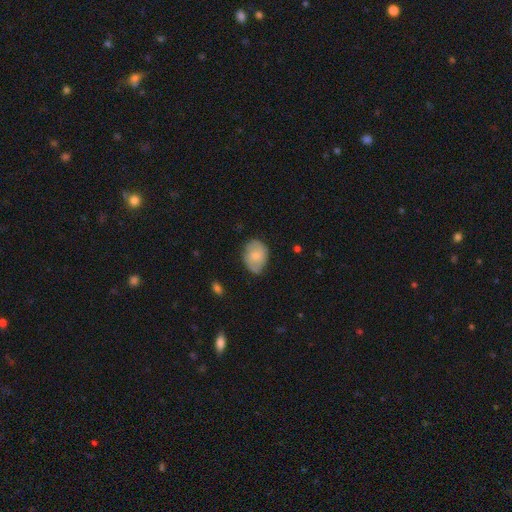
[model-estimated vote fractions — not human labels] A smooth galaxy with no disk features (65%) that is in between round and cigar-shaped (67%). Merging: none (63%).